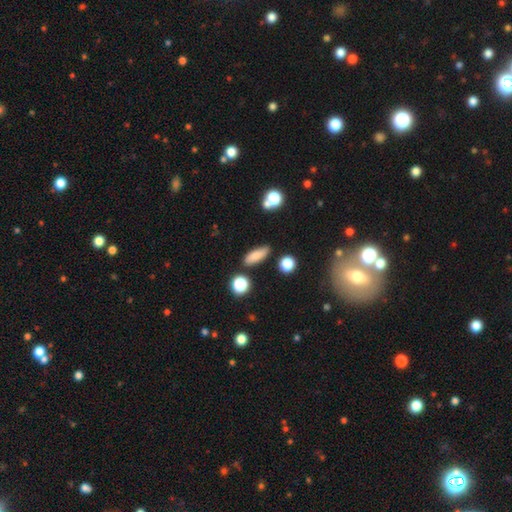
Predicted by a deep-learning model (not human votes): Overall: smooth (80%). How rounded: in between (59%; cigar-shaped 35%). Merging: none (77%).